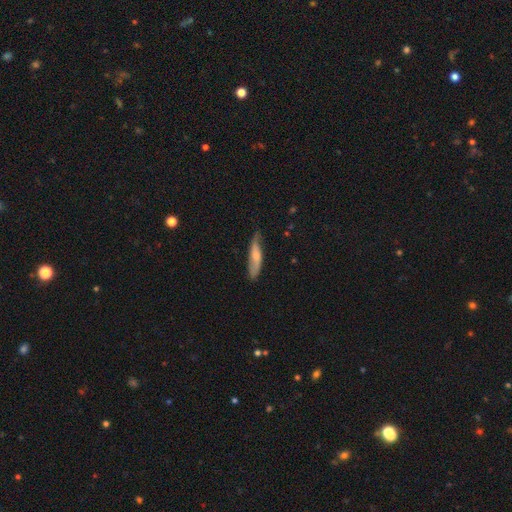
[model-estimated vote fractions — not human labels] Smooth or featured? smooth (53%)
How rounded? cigar-shaped (72%)
Merging? none (65%)